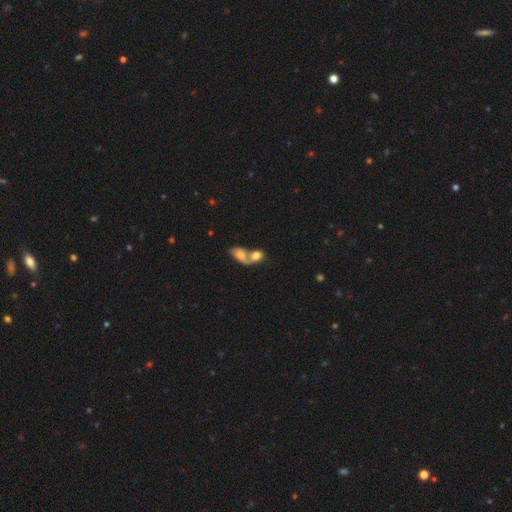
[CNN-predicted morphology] Smooth or featured? Predicted: smooth (p=0.64). How rounded? Predicted: in between (p=0.64). Merging? Predicted: merger (p=0.78).